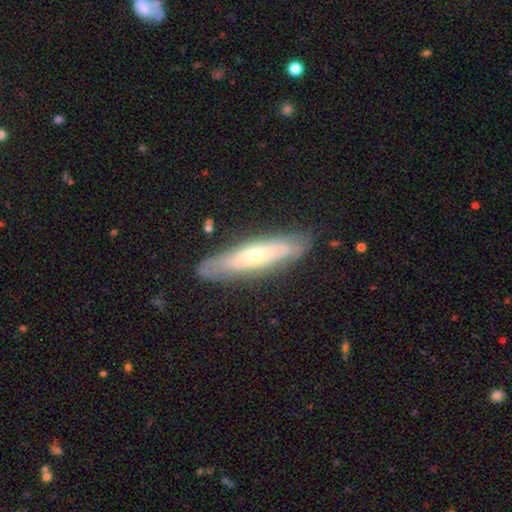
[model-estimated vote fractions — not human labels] This is possibly a featured or disk galaxy (59%). It is possibly not viewed edge-on (55%). Merging: likely none (79%).